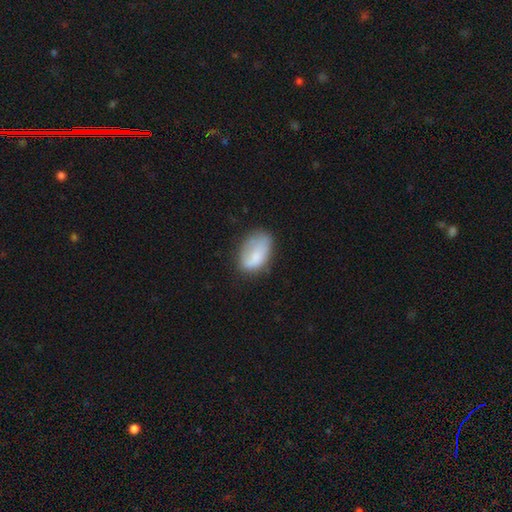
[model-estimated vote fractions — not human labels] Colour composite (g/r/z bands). It shows a smooth galaxy with no disk features (72%) that is in between round and cigar-shaped (90%). Merging: none (50%).